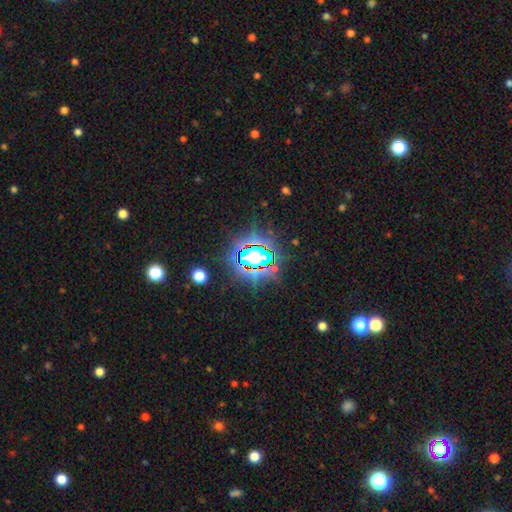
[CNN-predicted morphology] This is likely a star or artifact rather than a galaxy (71%).